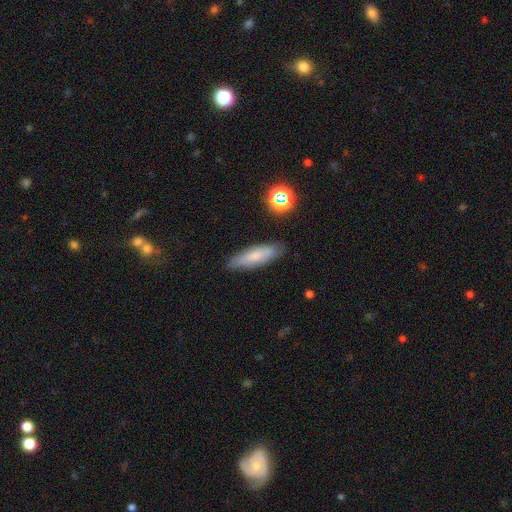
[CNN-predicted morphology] Q: Smooth or featured?
A: smooth (73%); runner-up: featured or disk (18%)
Q: How rounded?
A: cigar-shaped (60%); runner-up: in between (38%)
Q: Merging?
A: none (84%); runner-up: minor disturbance (12%)